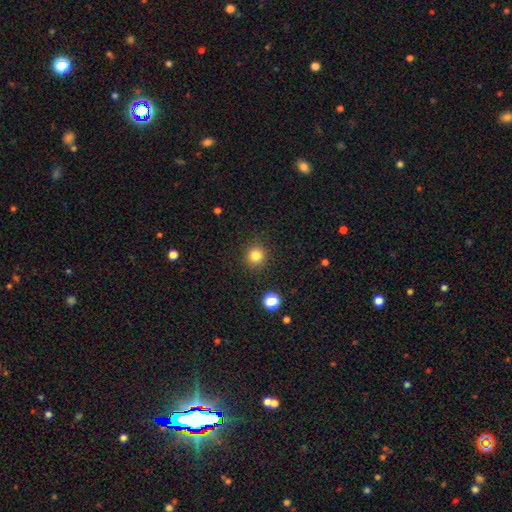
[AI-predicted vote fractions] A smooth galaxy with no disk features (83%) that is round (93%). Merging: none (90%).